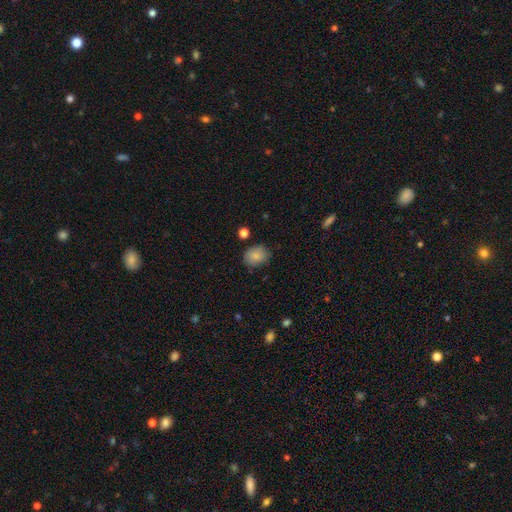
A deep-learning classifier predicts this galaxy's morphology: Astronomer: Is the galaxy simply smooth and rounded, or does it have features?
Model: smooth — 86%.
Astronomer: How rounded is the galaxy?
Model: in between — 61% (runner-up: round, 38%).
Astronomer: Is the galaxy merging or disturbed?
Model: none — 80%.